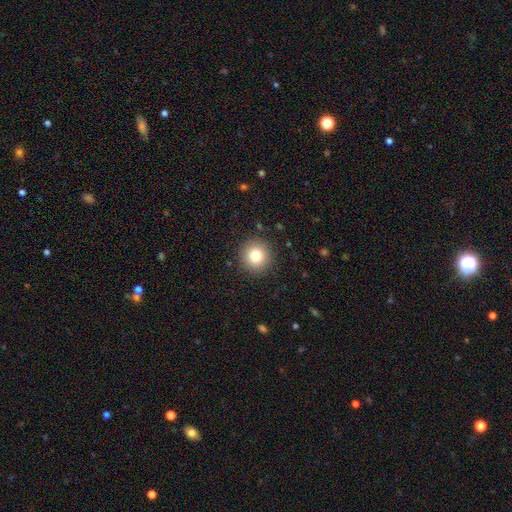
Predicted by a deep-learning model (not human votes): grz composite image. It shows a smooth galaxy with no disk features (81%) that is round (94%). Merging: none (90%).